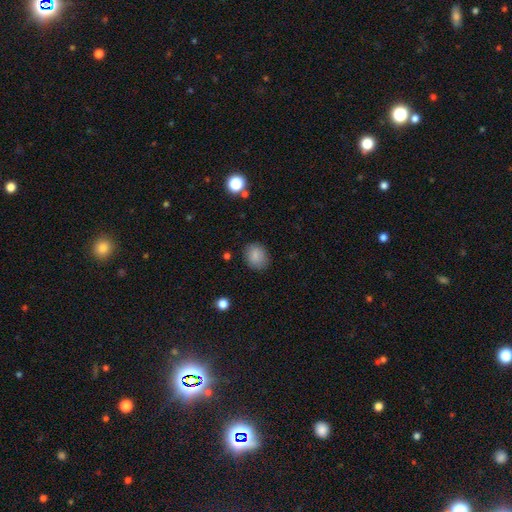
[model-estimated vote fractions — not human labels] Q: Smooth or featured?
A: smooth (85%); runner-up: star or artifact (9%)
Q: How rounded?
A: in between (54%); runner-up: round (45%)
Q: Merging?
A: none (84%); runner-up: minor disturbance (12%)